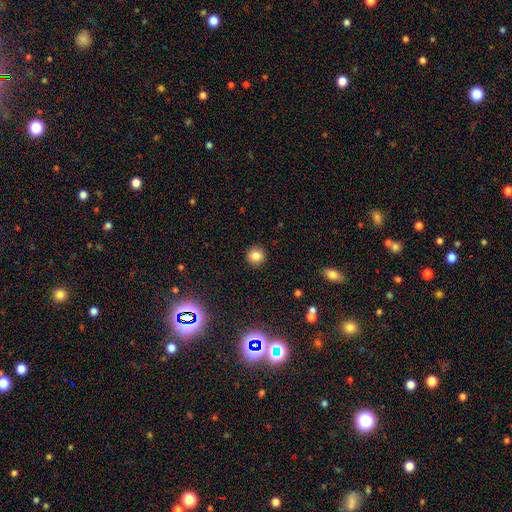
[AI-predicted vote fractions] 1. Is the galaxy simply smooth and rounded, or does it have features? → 82% smooth, 12% star or artifact, 6% featured or disk.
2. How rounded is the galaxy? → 93% round, 6% in between, 1% cigar-shaped.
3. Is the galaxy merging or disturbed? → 92% none, 5% minor disturbance, 2% major disturbance, 1% merger.